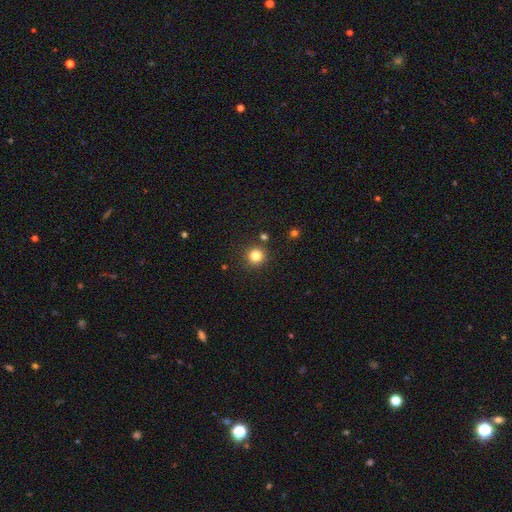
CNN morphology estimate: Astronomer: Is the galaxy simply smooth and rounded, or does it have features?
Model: smooth — 82%.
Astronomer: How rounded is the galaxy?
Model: round — 93%.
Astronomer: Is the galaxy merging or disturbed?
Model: none — 88%.